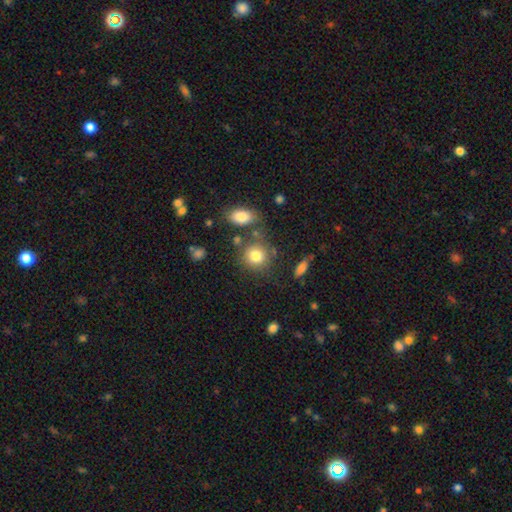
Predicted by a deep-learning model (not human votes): The model was most divided on "merging": none: 68%, minor disturbance: 14%, merger: 13%, major disturbance: 5%. More confident: how rounded — round (82%); smooth or featured — smooth (80%).